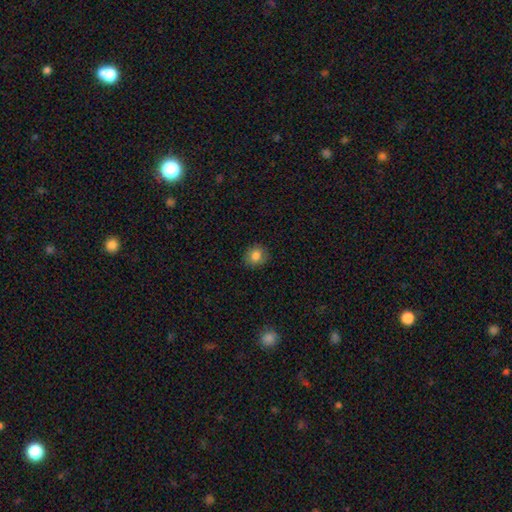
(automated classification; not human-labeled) Smooth or featured? Predicted: smooth (p=0.83). How rounded? Predicted: round (p=0.77). Merging? Predicted: none (p=0.86).